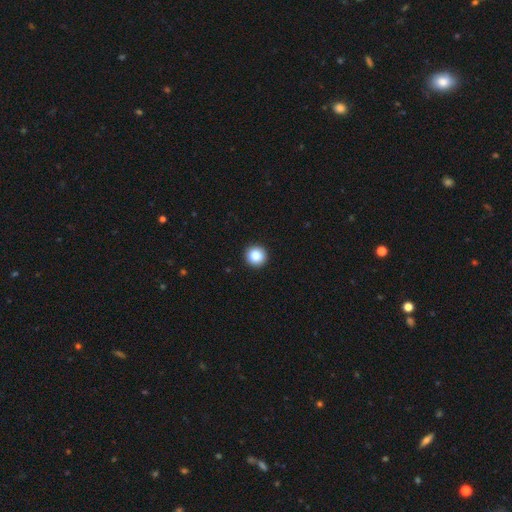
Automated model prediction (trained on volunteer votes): Smooth or featured?
  - smooth: 87% *
  - star or artifact: 9%
  - featured or disk: 4%
How rounded?
  - round: 95% *
  - in between: 4%
  - cigar-shaped: 1%
Merging?
  - none: 93% *
  - minor disturbance: 4%
  - major disturbance: 1%
  - merger: 1%